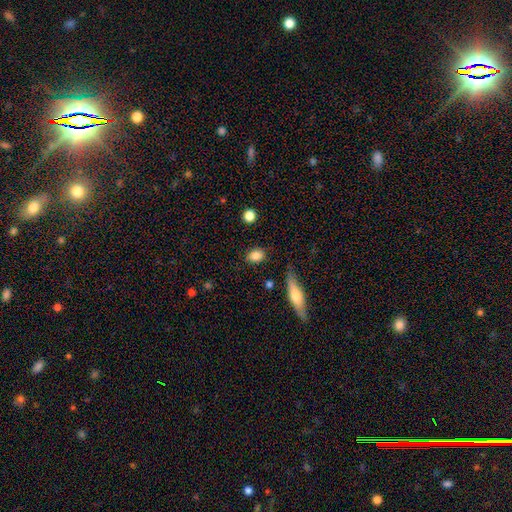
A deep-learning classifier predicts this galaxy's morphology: A smooth galaxy with no disk features (85%) that is in between round and cigar-shaped (62%). Merging: none (84%).